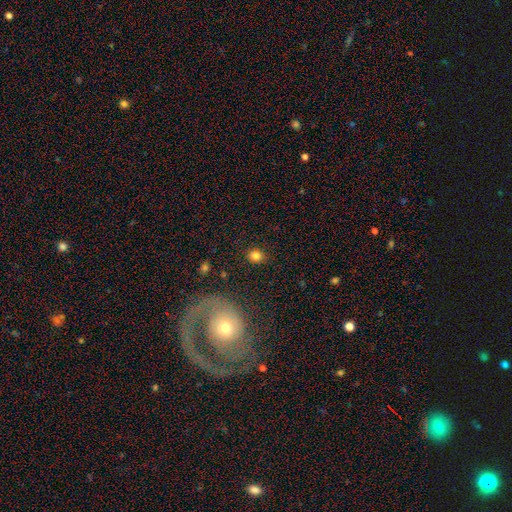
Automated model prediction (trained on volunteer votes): Smooth or featured? smooth (82%)
How rounded? round (74%)
Merging? none (88%)